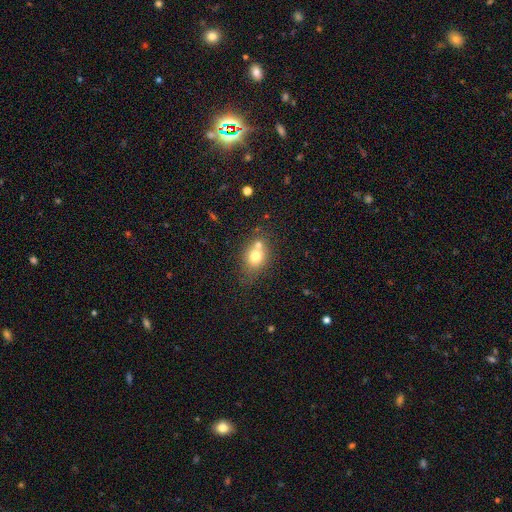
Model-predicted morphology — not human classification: smooth-or-featured: smooth: 72% | featured or disk: 17% | star or artifact: 11%
  how-rounded: in between: 53% | round: 46% | cigar-shaped: 2%
  merging: none: 49% | merger: 33% | minor disturbance: 14% | major disturbance: 5%